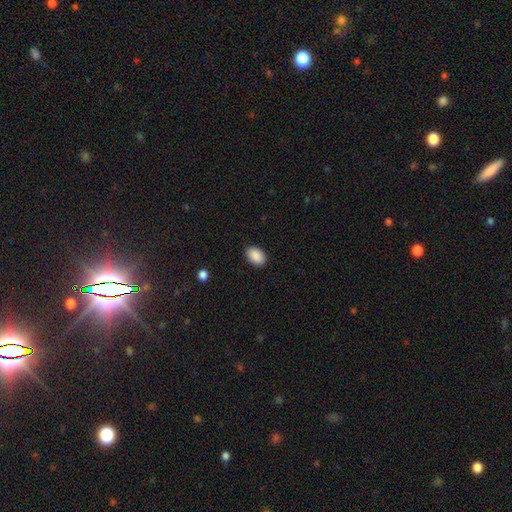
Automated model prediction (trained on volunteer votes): smooth_or_featured: smooth (p=0.90) [alt: star or artifact p=0.07]
how_rounded: in between (p=0.84) [alt: round p=0.15]
merging: none (p=0.89) [alt: minor disturbance p=0.08]